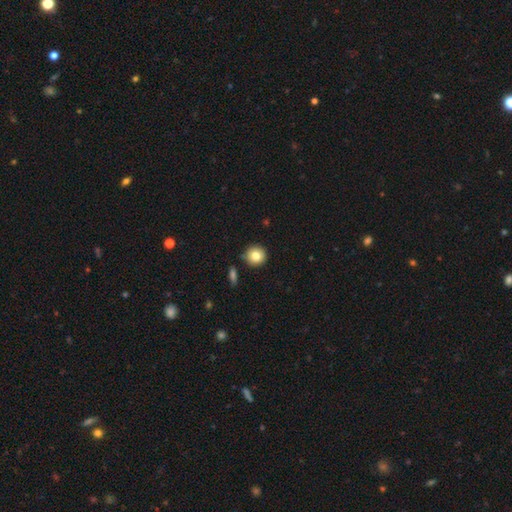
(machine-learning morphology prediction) smooth_or_featured: smooth (p=0.81) [alt: featured or disk p=0.10]
how_rounded: round (p=0.92) [alt: in between p=0.07]
merging: none (p=0.84) [alt: minor disturbance p=0.10]